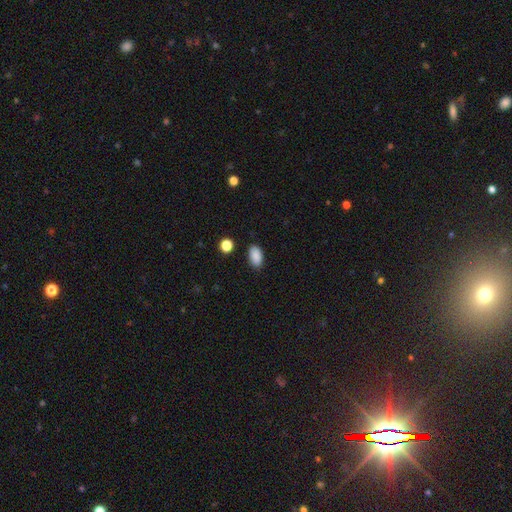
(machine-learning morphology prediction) smooth_or_featured: smooth (p=0.88) [alt: star or artifact p=0.08]
how_rounded: in between (p=0.92) [alt: round p=0.05]
merging: none (p=0.86) [alt: minor disturbance p=0.10]